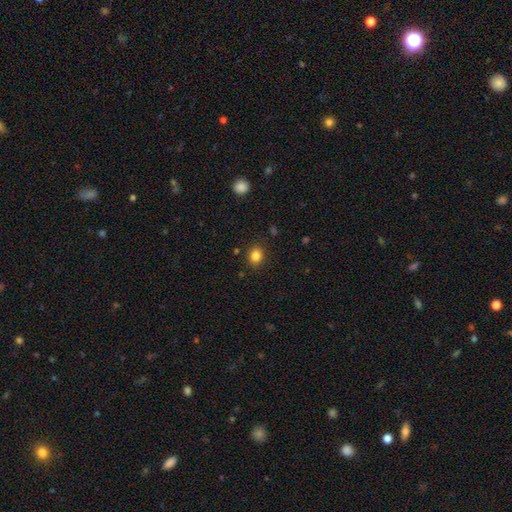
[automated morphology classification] A smooth galaxy with no disk features (84%) that is round (69%).

Vote fractions:
- Smooth or featured? smooth: 84% / star or artifact: 11% / featured or disk: 5%
- How rounded? round: 69% / in between: 30% / cigar-shaped: 1%
- Merging? none: 88% / minor disturbance: 8% / major disturbance: 3% / merger: 2%